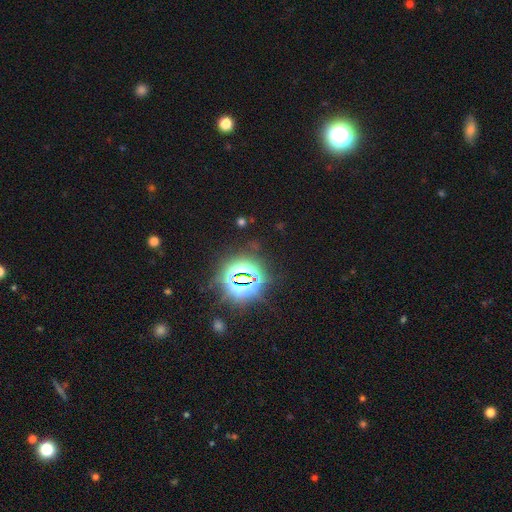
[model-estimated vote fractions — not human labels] A star or artifact, not a galaxy (82%).

Vote fractions:
- Smooth or featured? star or artifact: 82% / smooth: 11% / featured or disk: 6%